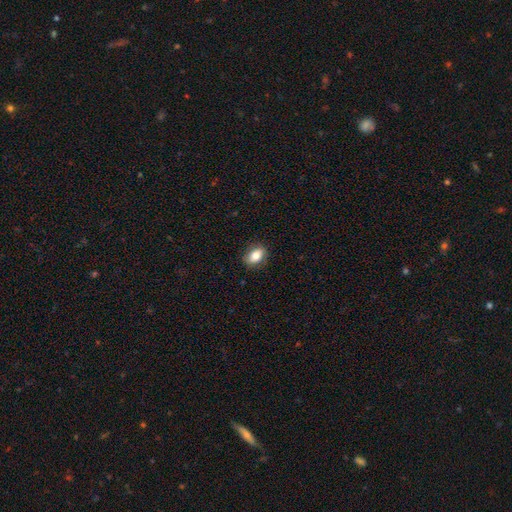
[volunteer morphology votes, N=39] smooth_or_featured: smooth (p=0.67) [alt: featured or disk p=0.28]
how_rounded: in between (p=0.73) [alt: round p=0.23]
merging: none (p=0.84) [alt: minor disturbance p=0.08]